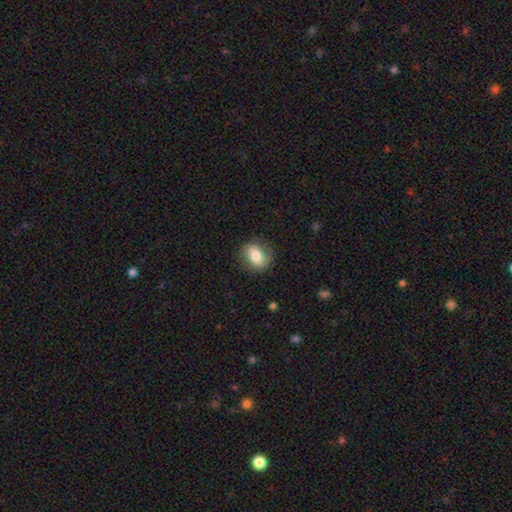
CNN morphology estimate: Smooth or featured: smooth — 76% (featured or disk — 16%)
How rounded: in between — 57% (round — 42%)
Merging: none — 82% (minor disturbance — 13%)